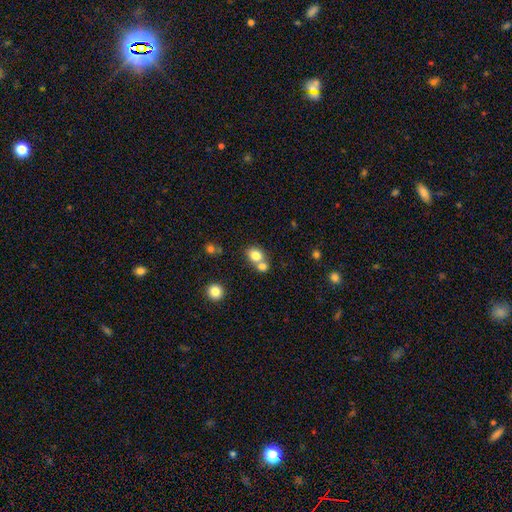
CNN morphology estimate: Smooth or featured? smooth (79%)
How rounded? round (60%)
Merging? merger (49%)